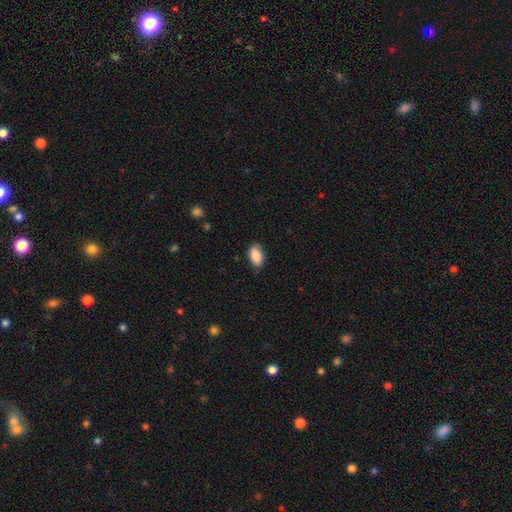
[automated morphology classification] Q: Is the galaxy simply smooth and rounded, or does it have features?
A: smooth — 88%.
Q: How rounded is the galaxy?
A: in between — 92%.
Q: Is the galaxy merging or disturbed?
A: none — 80%.